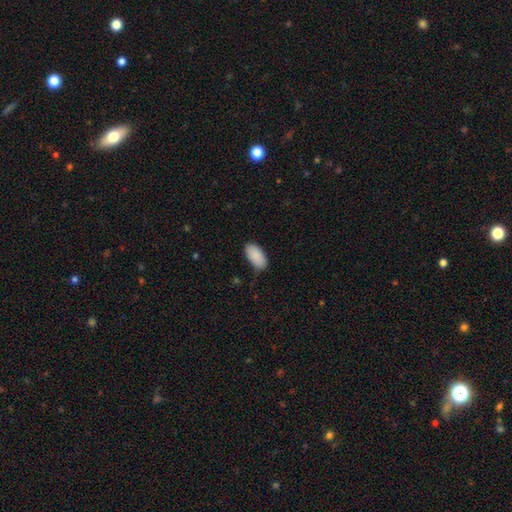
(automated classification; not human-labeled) Overall: smooth (90%). How rounded: in between (95%). Merging: none (79%).